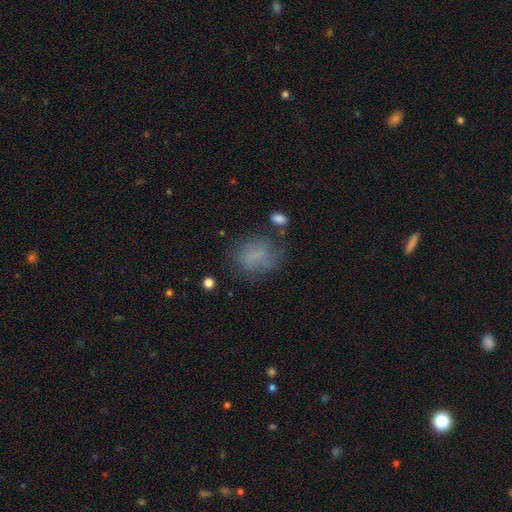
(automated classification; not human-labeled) Overall: smooth (68%). How rounded: in between (55%; round 43%). Merging: none (56%; minor disturbance 23%).